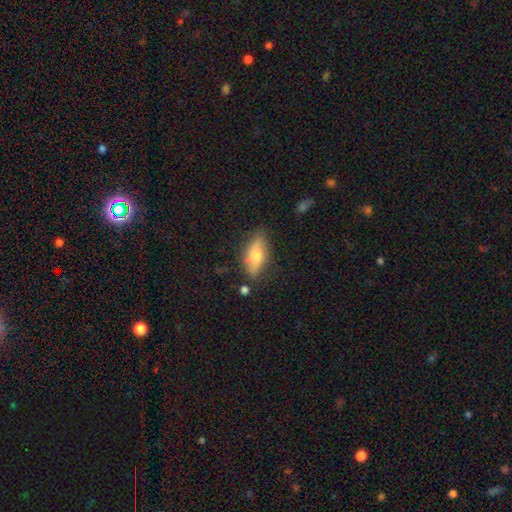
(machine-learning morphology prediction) Smooth or featured?
  - smooth: 58% *
  - featured or disk: 35%
  - star or artifact: 7%
How rounded?
  - in between: 74% *
  - cigar-shaped: 22%
  - round: 4%
Merging?
  - none: 76% *
  - minor disturbance: 18%
  - major disturbance: 4%
  - merger: 3%